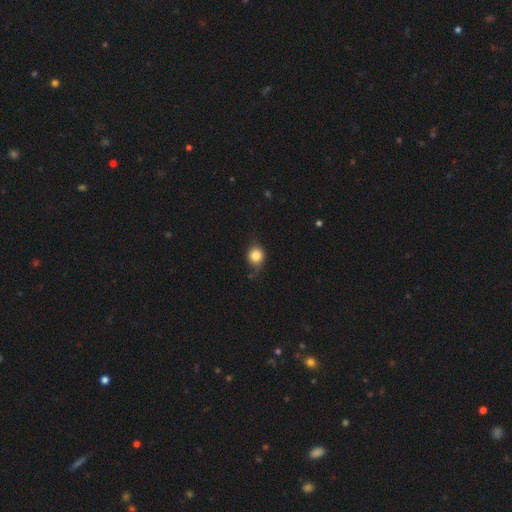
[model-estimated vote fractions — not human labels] This appears to be a smooth galaxy with no disk features (78%) that is round (75%). Merging: none (58%).